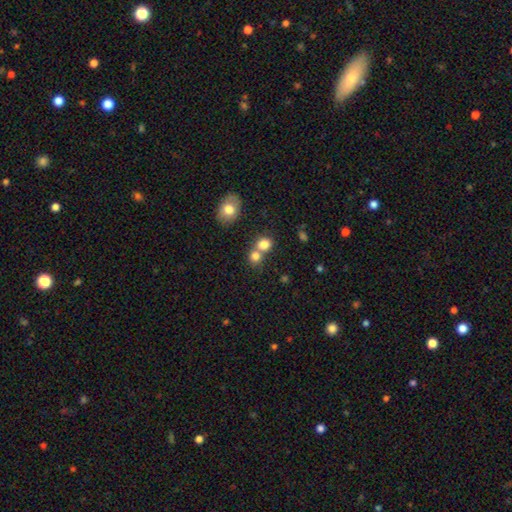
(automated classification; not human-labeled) Overall: smooth (80%). How rounded: round (80%). Merging: none (46%; merger 45%).